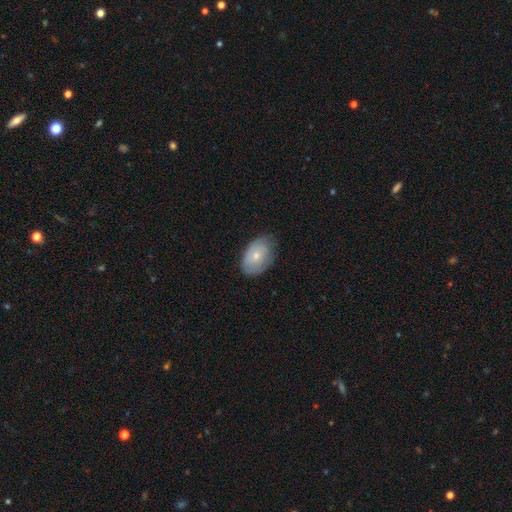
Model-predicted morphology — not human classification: Smooth or featured? Predicted: smooth (p=0.64). How rounded? Predicted: in between (p=0.86). Merging? Predicted: none (p=0.66).